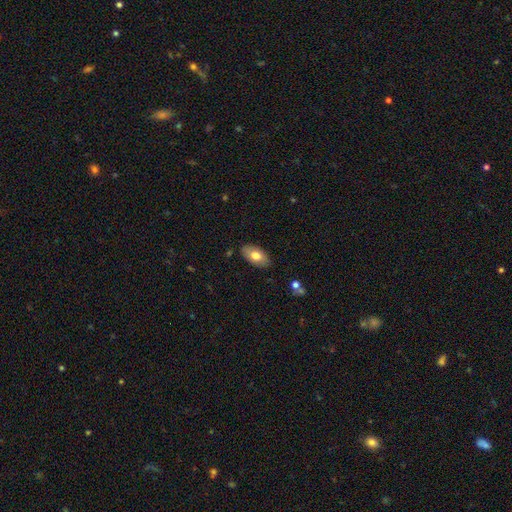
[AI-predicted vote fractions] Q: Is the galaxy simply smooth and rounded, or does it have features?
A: smooth — 74%.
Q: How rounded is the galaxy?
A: in between — 93%.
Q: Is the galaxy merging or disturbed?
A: none — 85%.